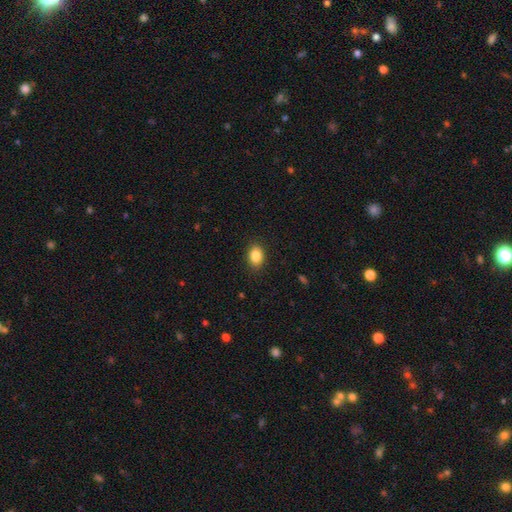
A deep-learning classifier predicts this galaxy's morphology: Smooth or featured? smooth (86%)
How rounded? in between (74%)
Merging? none (88%)